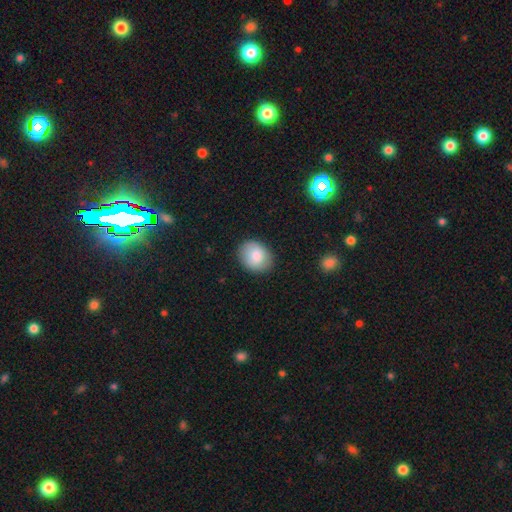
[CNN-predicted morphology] A smooth galaxy with no disk features (84%) that is in between round and cigar-shaped (54%). Merging: none (85%).